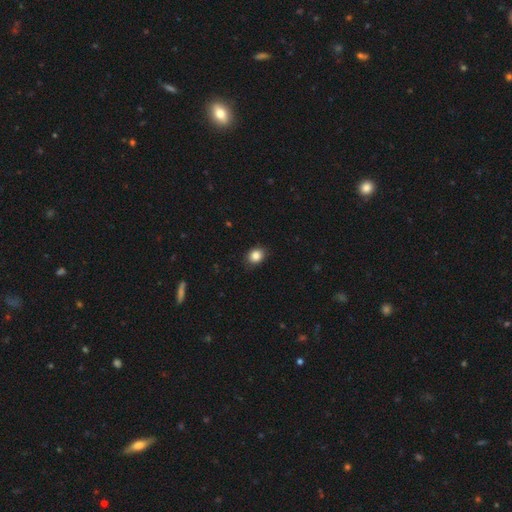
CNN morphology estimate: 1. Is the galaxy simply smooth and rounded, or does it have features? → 86% smooth, 10% star or artifact, 4% featured or disk.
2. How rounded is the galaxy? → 61% round, 38% in between, 1% cigar-shaped.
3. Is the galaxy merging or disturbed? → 86% none, 11% minor disturbance, 2% major disturbance, 1% merger.